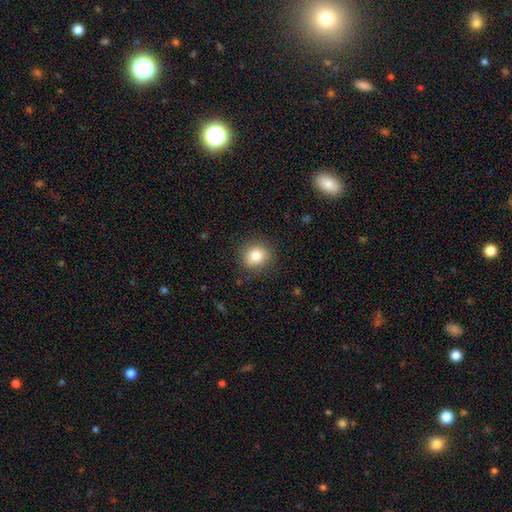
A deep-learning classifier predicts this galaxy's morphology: This is clearly a smooth galaxy (82%). How rounded: likely round (80%). Merging: clearly none (87%).